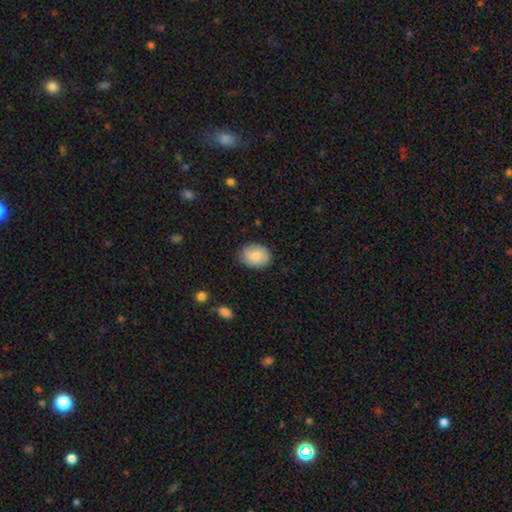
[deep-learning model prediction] A smooth galaxy with no disk features (78%) that is in between round and cigar-shaped (60%).

Vote fractions:
- Smooth or featured? smooth: 78% / featured or disk: 15% / star or artifact: 7%
- How rounded? in between: 60% / round: 39% / cigar-shaped: 1%
- Merging? none: 81% / minor disturbance: 15% / major disturbance: 3% / merger: 1%